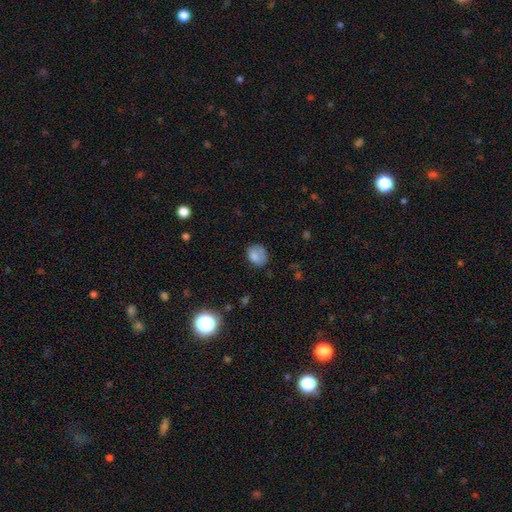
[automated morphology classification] Q: Smooth or featured?
A: smooth (76%); runner-up: featured or disk (14%)
Q: How rounded?
A: in between (52%); runner-up: round (47%)
Q: Merging?
A: none (59%); runner-up: minor disturbance (26%)